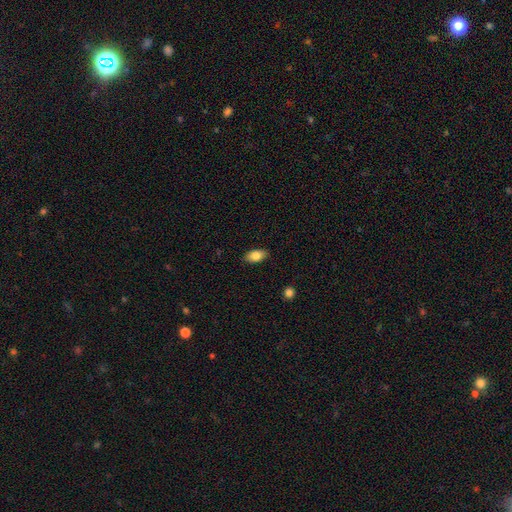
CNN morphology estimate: A smooth galaxy with no disk features (83%) that is in between round and cigar-shaped (91%).

Vote fractions:
- Smooth or featured? smooth: 83% / featured or disk: 10% / star or artifact: 7%
- How rounded? in between: 91% / round: 5% / cigar-shaped: 4%
- Merging? none: 87% / minor disturbance: 10% / major disturbance: 2% / merger: 1%